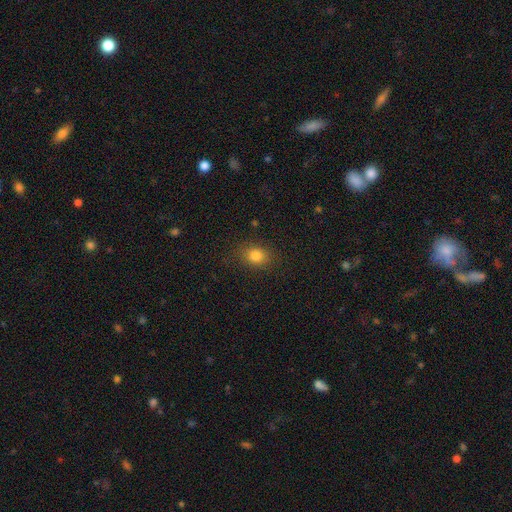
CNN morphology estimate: smooth-or-featured: smooth: 82% | star or artifact: 12% | featured or disk: 6%
  how-rounded: in between: 54% | round: 45% | cigar-shaped: 1%
  merging: none: 84% | minor disturbance: 11% | major disturbance: 4% | merger: 1%